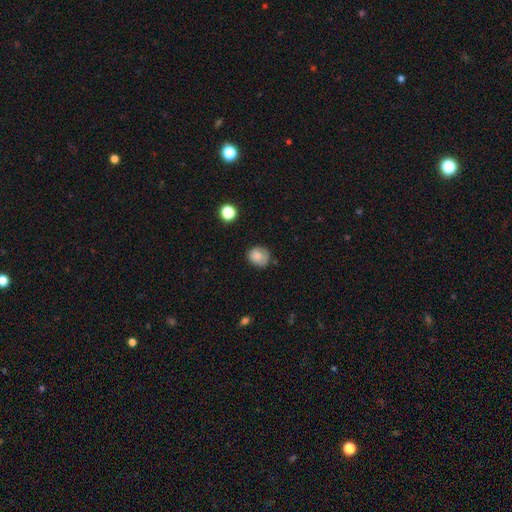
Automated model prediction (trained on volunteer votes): Morphology: type=smooth (82%); roundness=round (74%); merging=none (67%).